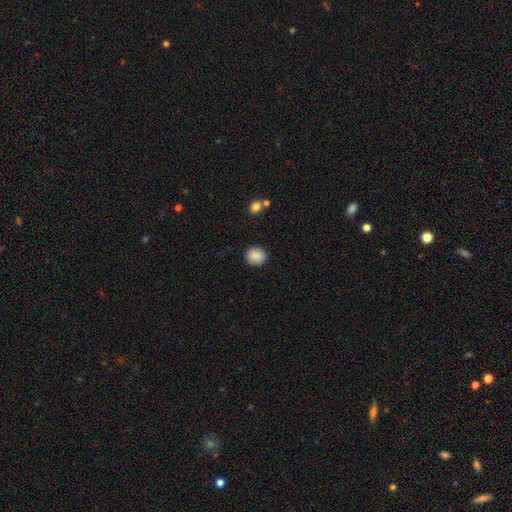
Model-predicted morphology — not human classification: A smooth galaxy with no disk features (89%) that is round (83%).

Vote fractions:
- Smooth or featured? smooth: 89% / star or artifact: 8% / featured or disk: 3%
- How rounded? round: 83% / in between: 16% / cigar-shaped: 1%
- Merging? none: 90% / minor disturbance: 7% / major disturbance: 2% / merger: 1%